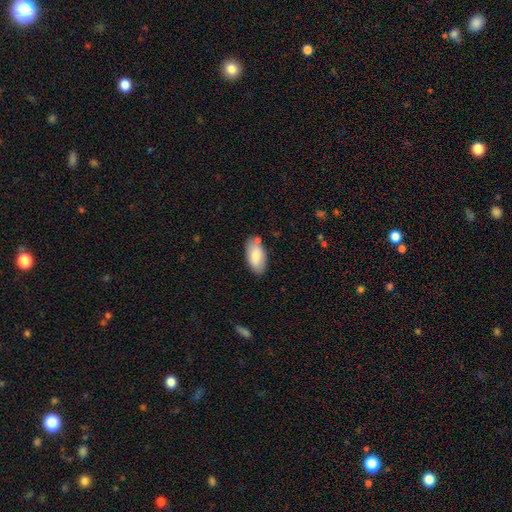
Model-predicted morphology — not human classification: The model was most divided on "merging": none: 74%, minor disturbance: 17%, merger: 6%, major disturbance: 3%. More confident: how rounded — in between (94%); smooth or featured — smooth (81%).